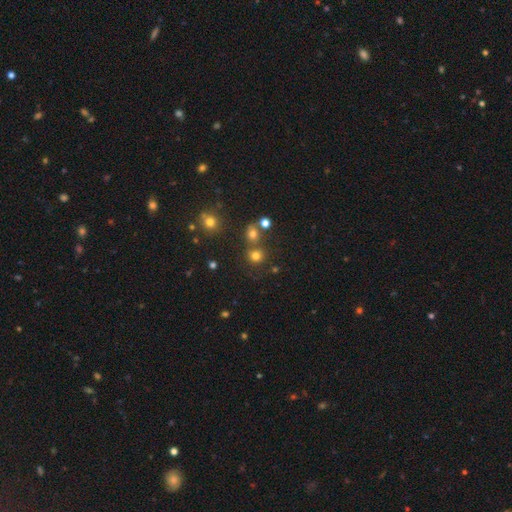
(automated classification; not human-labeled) Overall: smooth (74%). How rounded: round (88%). Merging: none (70%).